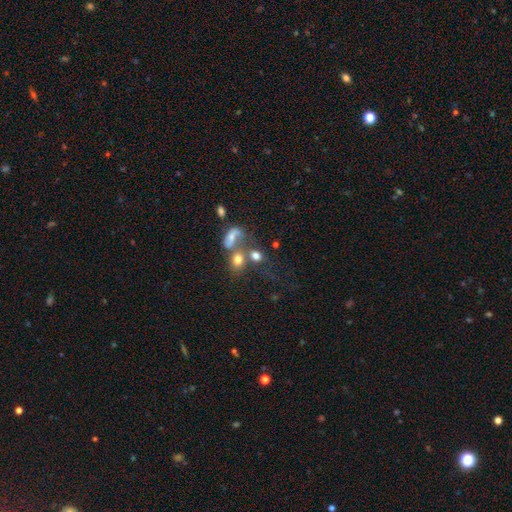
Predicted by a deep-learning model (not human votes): This is likely a smooth galaxy (69%). How rounded: possibly round (58%). Merging: marginally merger (43%).